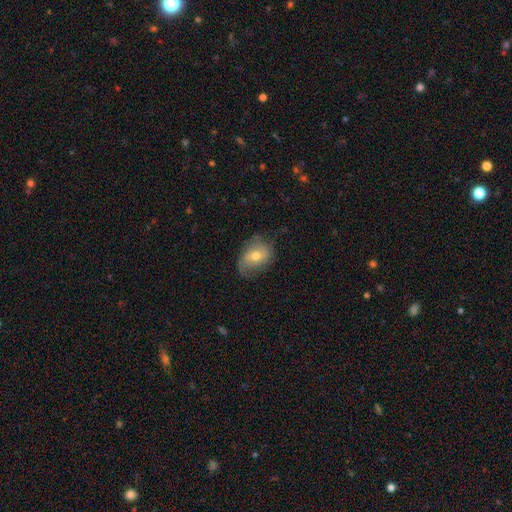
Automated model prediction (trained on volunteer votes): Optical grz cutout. It shows a smooth galaxy with no disk features (46%, tied with featured or disk). Merging: none (58%).